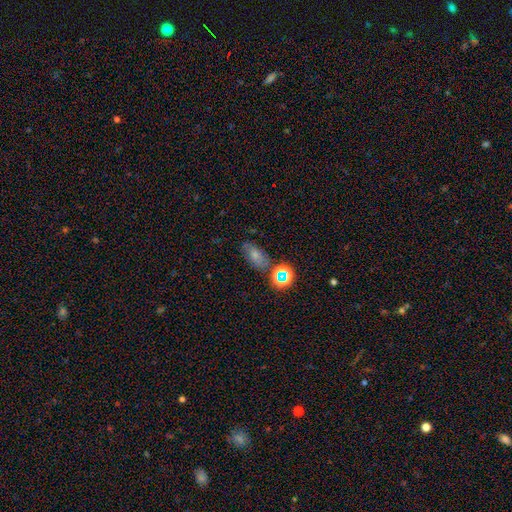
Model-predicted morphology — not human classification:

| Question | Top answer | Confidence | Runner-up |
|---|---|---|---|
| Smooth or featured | smooth | 63% | star or artifact (20%) |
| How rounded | in between | 84% | round (12%) |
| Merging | none | 67% | minor disturbance (18%) |